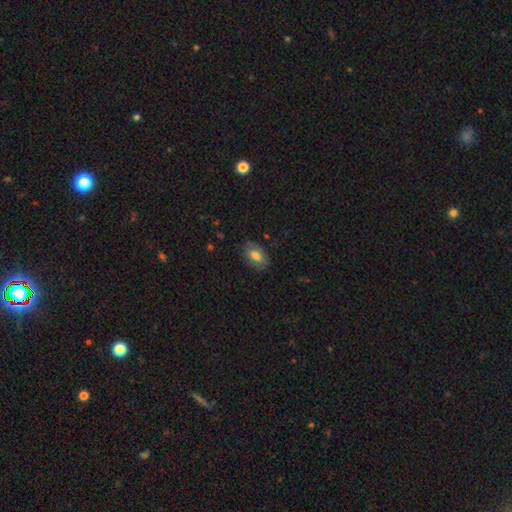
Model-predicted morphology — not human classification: Overall: smooth (68%). How rounded: in between (91%). Merging: none (79%).